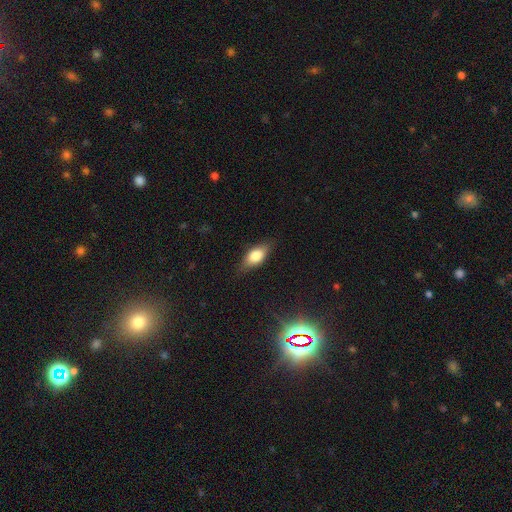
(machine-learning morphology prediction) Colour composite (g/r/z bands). It shows a smooth galaxy with no disk features (75%) that is in between round and cigar-shaped (83%). Merging: none (79%).